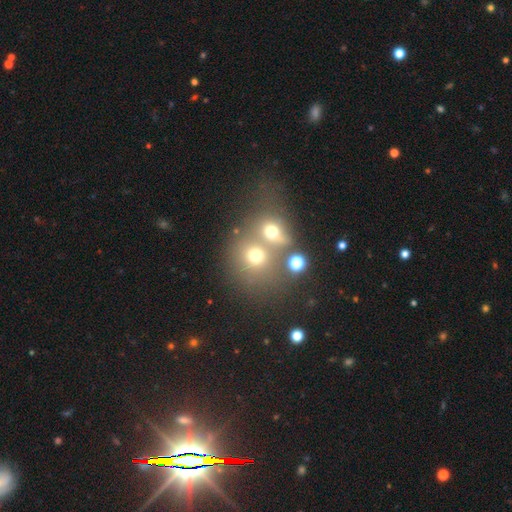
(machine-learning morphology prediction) smooth 67%, star or artifact 18%, featured or disk 15%. Down the decision tree: how rounded — round (79%); merging — merger (48%).